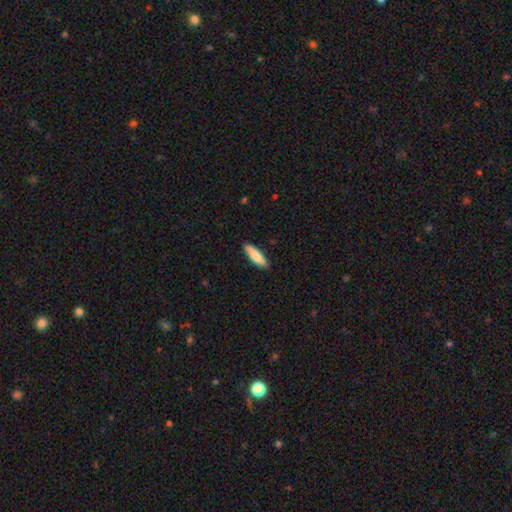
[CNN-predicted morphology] A smooth galaxy with no disk features (81%) that is cigar-shaped (56%).

Vote fractions:
- Smooth or featured? smooth: 81% / featured or disk: 14% / star or artifact: 5%
- How rounded? cigar-shaped: 56% / in between: 43% / round: 2%
- Merging? none: 89% / minor disturbance: 8% / major disturbance: 2% / merger: 1%